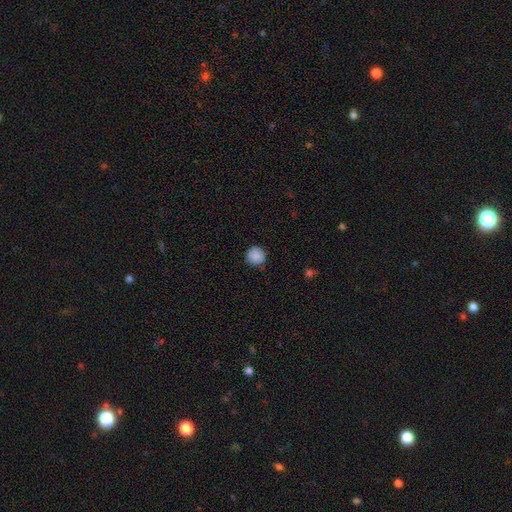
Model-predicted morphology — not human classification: Smooth or featured? smooth (88%)
How rounded? round (94%)
Merging? none (86%)